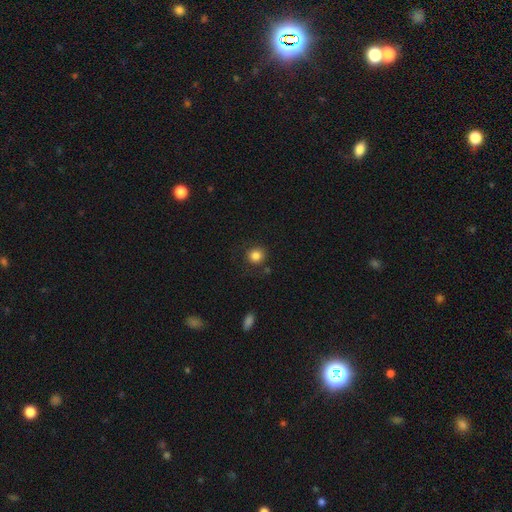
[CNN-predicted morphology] smooth_or_featured: smooth (p=0.84) [alt: star or artifact p=0.11]
how_rounded: round (p=0.90) [alt: in between p=0.09]
merging: none (p=0.83) [alt: minor disturbance p=0.10]